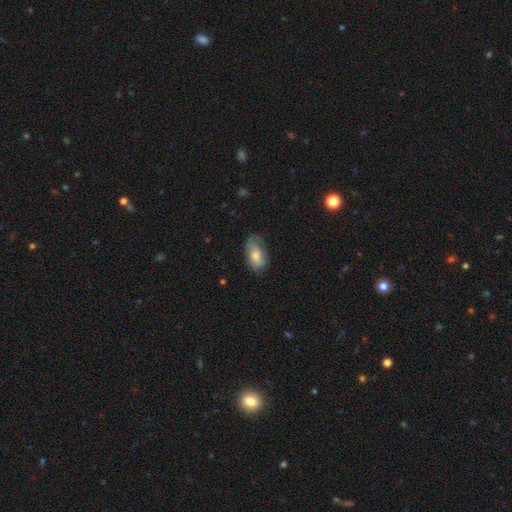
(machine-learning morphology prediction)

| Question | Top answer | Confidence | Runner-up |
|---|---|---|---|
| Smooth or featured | smooth | 68% | featured or disk (26%) |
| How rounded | in between | 92% | round (6%) |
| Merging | none | 58% | minor disturbance (30%) |